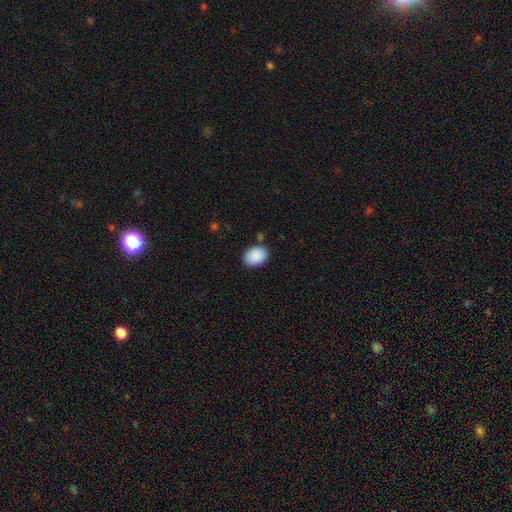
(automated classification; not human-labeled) Q: Smooth or featured?
A: smooth (90%); runner-up: star or artifact (7%)
Q: How rounded?
A: in between (71%); runner-up: round (28%)
Q: Merging?
A: none (84%); runner-up: minor disturbance (10%)